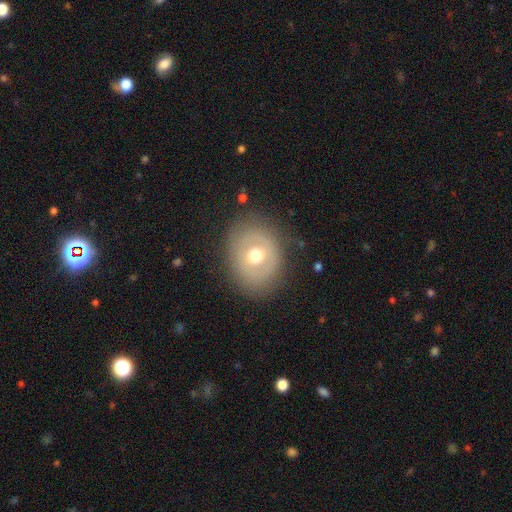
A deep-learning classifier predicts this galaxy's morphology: type=smooth (49%); merging=none (77%).